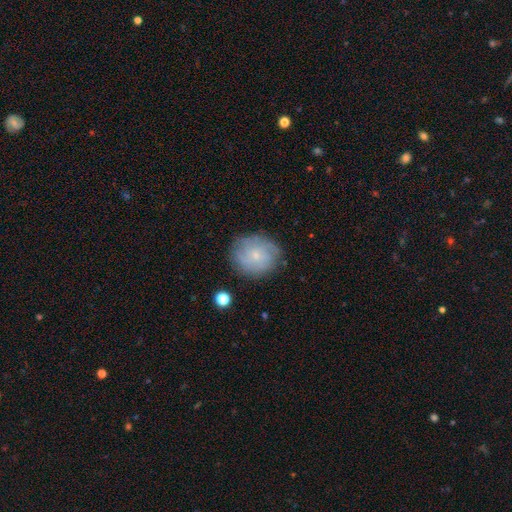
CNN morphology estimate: A featured or disk galaxy (47%).

Vote fractions:
- Smooth or featured? featured or disk: 47% / smooth: 44% / star or artifact: 9%
- Merging? none: 78% / minor disturbance: 16% / major disturbance: 5% / merger: 2%